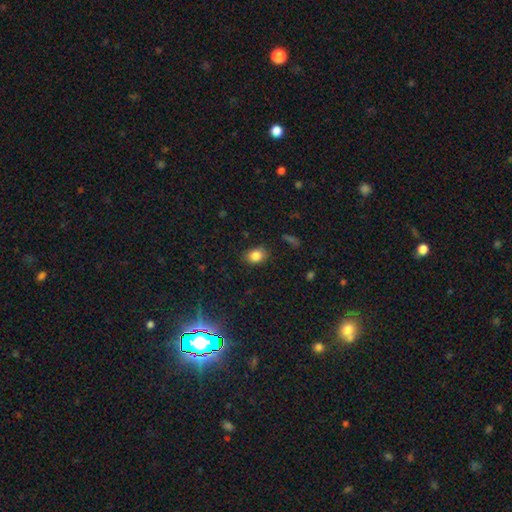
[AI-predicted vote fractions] The model was most divided on "how rounded": in between: 61%, round: 38%, cigar-shaped: 1%. More confident: smooth or featured — smooth (83%); merging — none (83%).